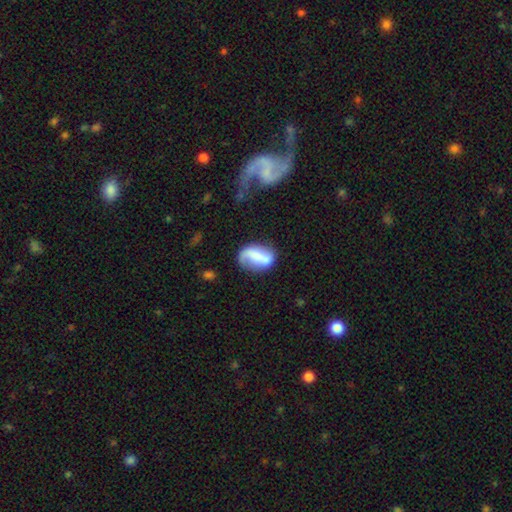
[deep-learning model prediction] Q: Smooth or featured?
A: featured or disk (48%); runner-up: smooth (44%)
Q: Merging?
A: none (57%); runner-up: minor disturbance (24%)